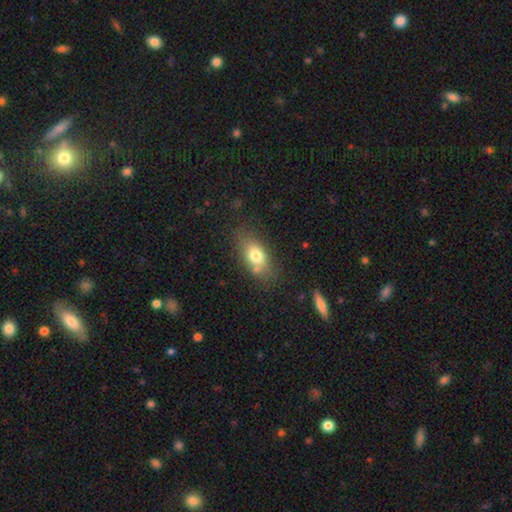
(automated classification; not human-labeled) The model was most divided on "merging": none: 68%, minor disturbance: 19%, merger: 7%, major disturbance: 6%. More confident: how rounded — in between (83%); smooth or featured — smooth (74%).